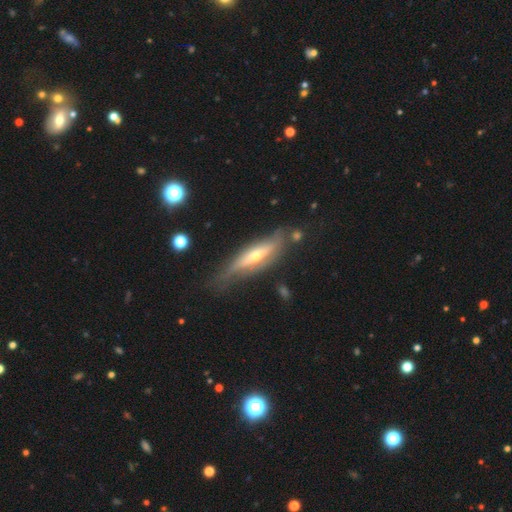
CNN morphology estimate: Smooth or featured: featured or disk — 69% (smooth — 25%)
Edge-on disk: yes — 76% (no — 24%)
Edge-on bulge: rounded — 83% (none — 11%)
Merging: none — 60% (minor disturbance — 26%)